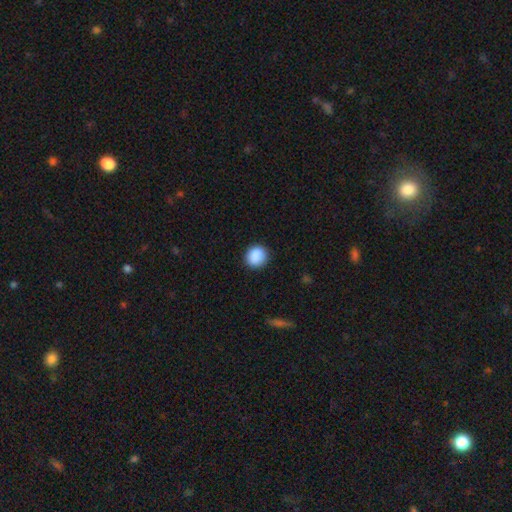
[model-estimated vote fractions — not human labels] Smooth or featured: smooth — 89% (star or artifact — 8%)
How rounded: round — 83% (in between — 16%)
Merging: none — 87% (minor disturbance — 9%)